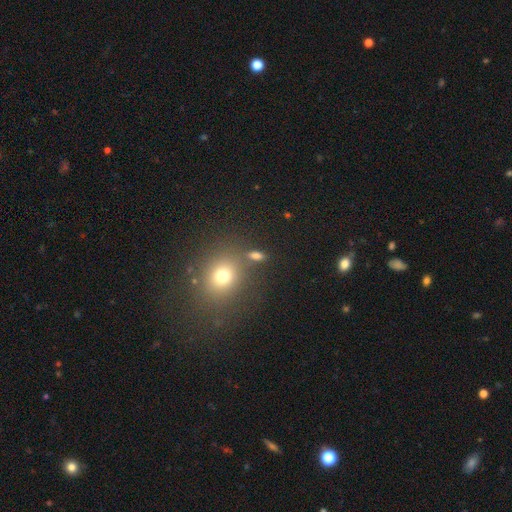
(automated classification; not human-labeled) This appears to be a smooth galaxy with no disk features (73%) that is in between round and cigar-shaped (67%). Merging: none (75%).